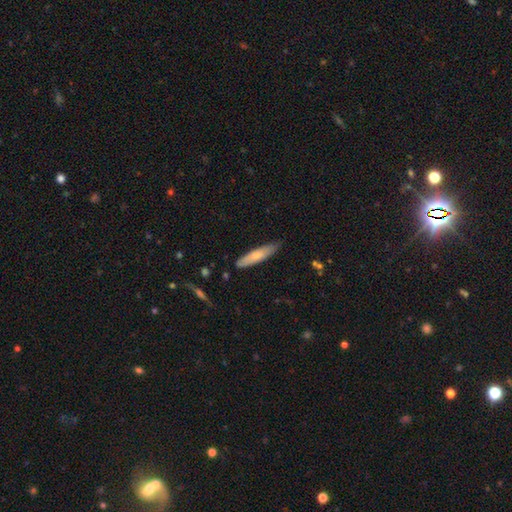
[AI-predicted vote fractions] smooth 67%, featured or disk 27%, star or artifact 5%. Down the decision tree: how rounded — cigar-shaped (80%); merging — none (78%).